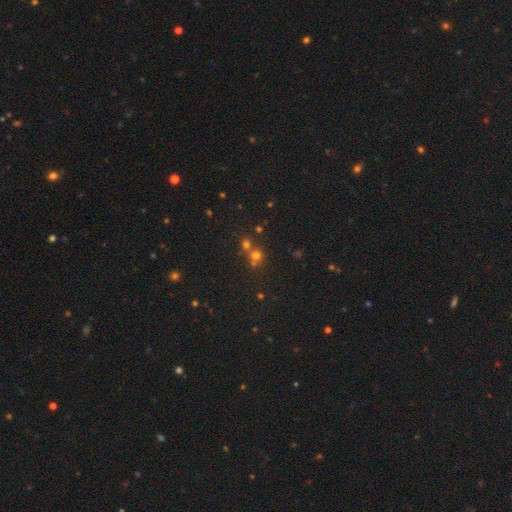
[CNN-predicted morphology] A smooth galaxy with no disk features (62%) that is round (88%).

Vote fractions:
- Smooth or featured? smooth: 62% / star or artifact: 27% / featured or disk: 11%
- How rounded? round: 88% / in between: 11% / cigar-shaped: 1%
- Merging? none: 50% / merger: 41% / minor disturbance: 6% / major disturbance: 3%